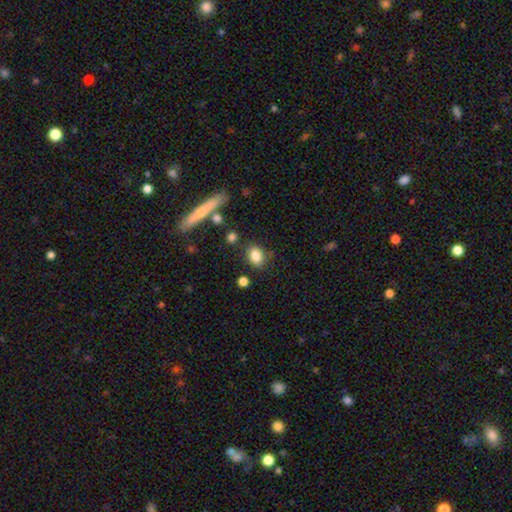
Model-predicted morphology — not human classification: Smooth or featured? smooth (83%)
How rounded? in between (70%)
Merging? none (77%)